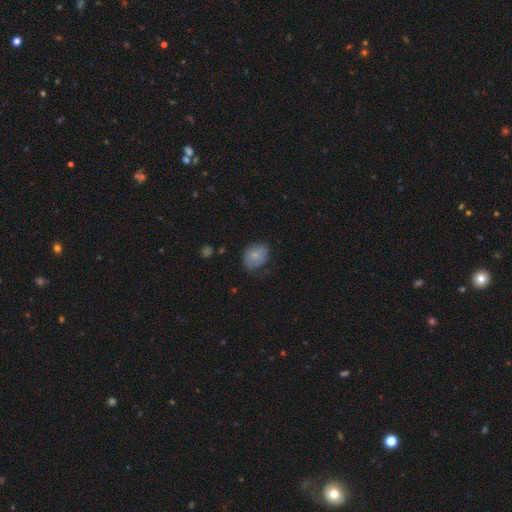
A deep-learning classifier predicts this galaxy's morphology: A smooth galaxy with no disk features (77%) that is in between round and cigar-shaped (57%).

Vote fractions:
- Smooth or featured? smooth: 77% / featured or disk: 14% / star or artifact: 8%
- How rounded? in between: 57% / round: 42% / cigar-shaped: 1%
- Merging? none: 63% / minor disturbance: 27% / major disturbance: 8% / merger: 2%